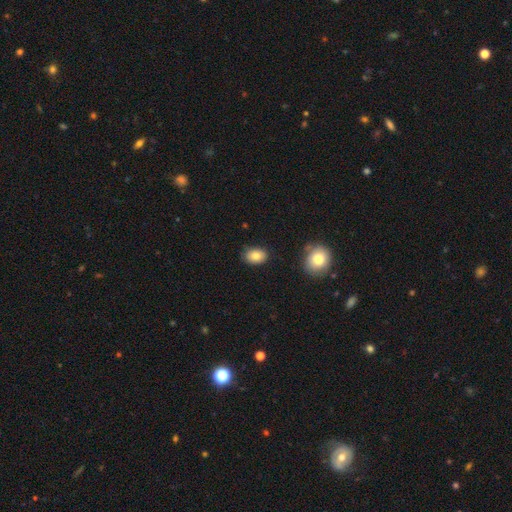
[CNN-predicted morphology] smooth-or-featured: smooth: 83% | star or artifact: 8% | featured or disk: 8%
  how-rounded: in between: 77% | round: 22% | cigar-shaped: 1%
  merging: none: 84% | minor disturbance: 11% | major disturbance: 2% | merger: 2%